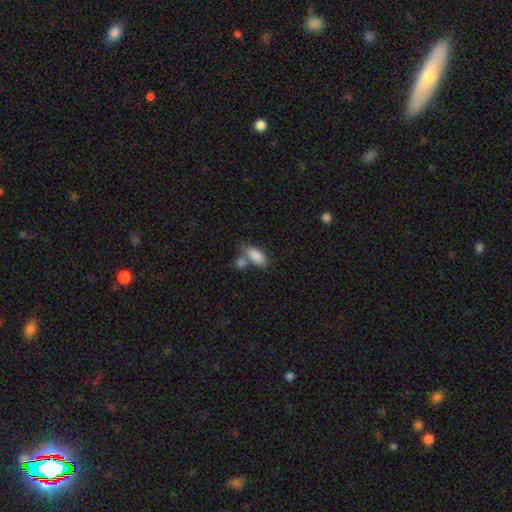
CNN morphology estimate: smooth_or_featured: smooth (p=0.85) [alt: featured or disk p=0.08]
how_rounded: in between (p=0.88) [alt: cigar-shaped p=0.09]
merging: none (p=0.43) [alt: merger p=0.38]